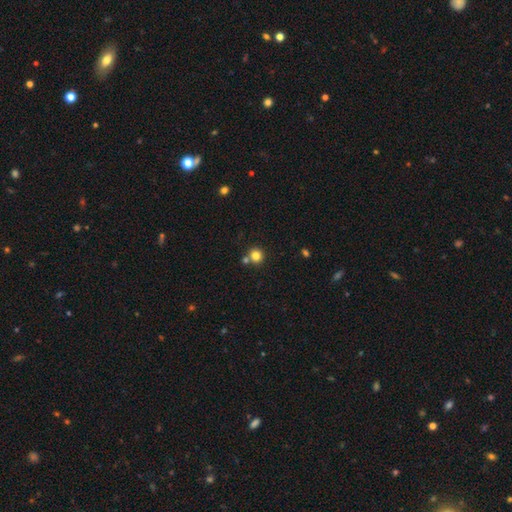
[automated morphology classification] Smooth or featured: smooth — 81% (star or artifact — 12%)
How rounded: round — 91% (in between — 8%)
Merging: none — 70% (merger — 20%)